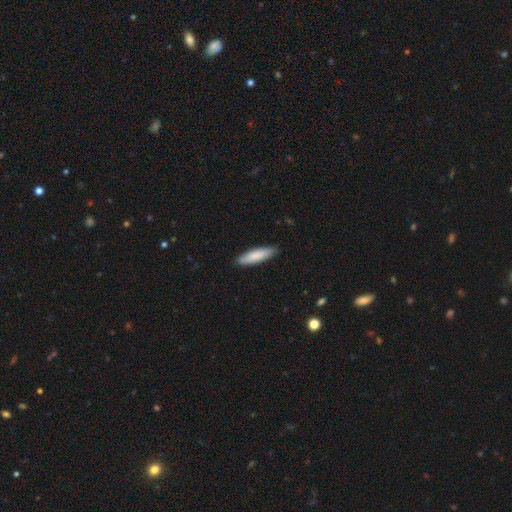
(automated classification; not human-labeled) This is clearly a smooth galaxy (85%). How rounded: likely cigar-shaped (70%). Merging: clearly none (88%).